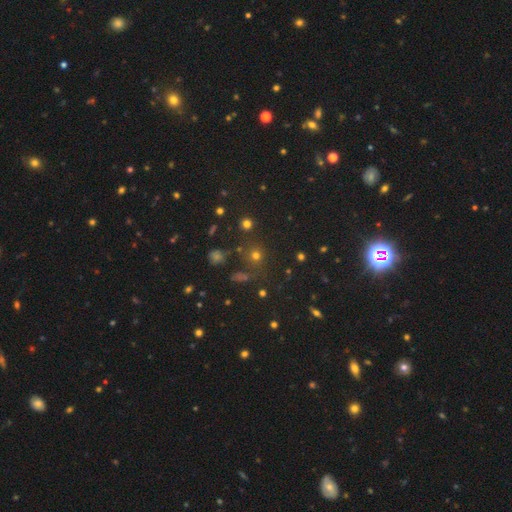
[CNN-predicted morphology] Smooth or featured? smooth (58%)
How rounded? round (89%)
Merging? none (80%)